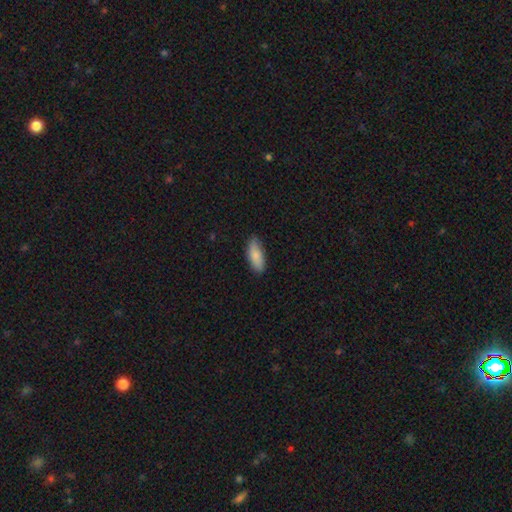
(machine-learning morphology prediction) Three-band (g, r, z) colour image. It shows a smooth galaxy with no disk features (84%) that is in between round and cigar-shaped (77%). Merging: none (83%).